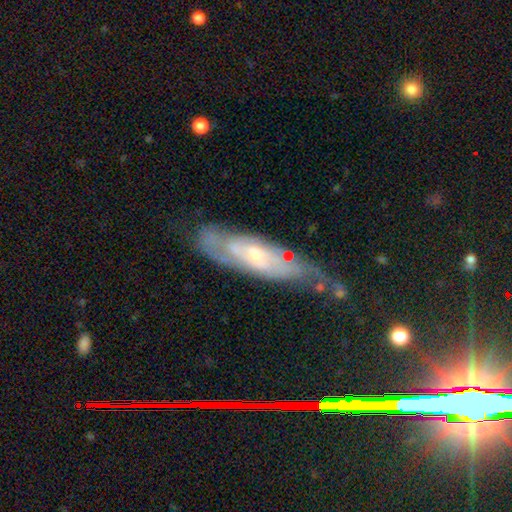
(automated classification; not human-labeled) A featured or disk galaxy (69%) with no bar (53%), spiral arms (78%) and a moderate central bulge (46%). Merging: none (48%).